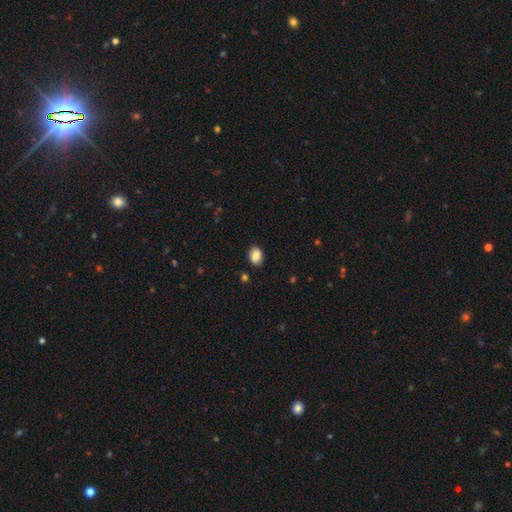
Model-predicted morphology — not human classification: Smooth or featured: smooth — 87% (star or artifact — 8%)
How rounded: in between — 74% (round — 25%)
Merging: none — 87% (minor disturbance — 10%)